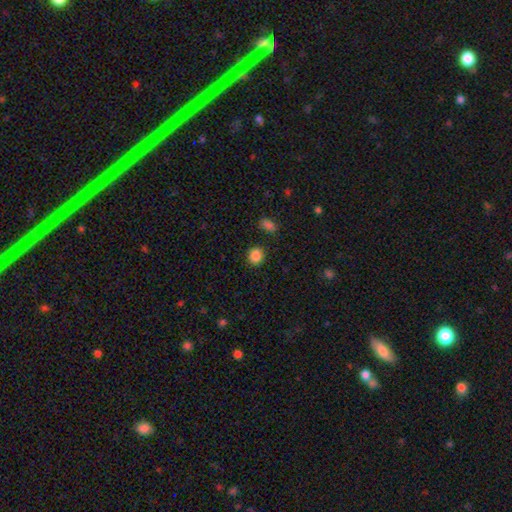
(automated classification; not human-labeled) smooth 86%, star or artifact 10%, featured or disk 4%. Down the decision tree: how rounded — round (81%); merging — none (88%).